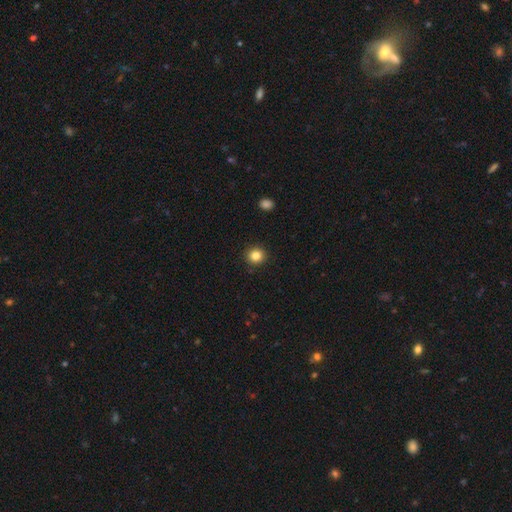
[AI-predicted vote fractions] Smooth or featured?
  - smooth: 84% *
  - star or artifact: 11%
  - featured or disk: 5%
How rounded?
  - round: 92% *
  - in between: 7%
  - cigar-shaped: 1%
Merging?
  - none: 92% *
  - minor disturbance: 5%
  - major disturbance: 2%
  - merger: 1%